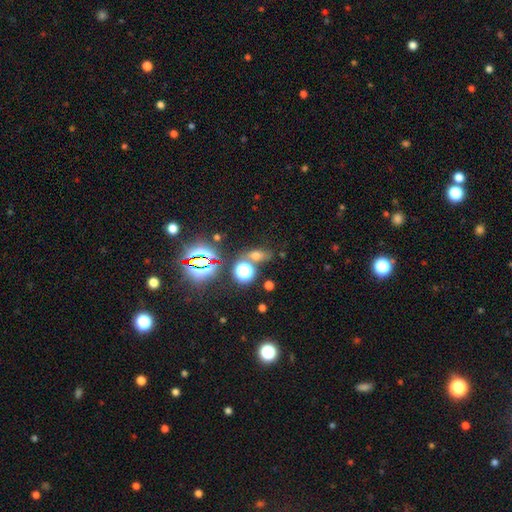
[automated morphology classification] Smooth or featured? Predicted: smooth (p=0.53). How rounded? Predicted: in between (p=0.62). Merging? Predicted: none (p=0.64).